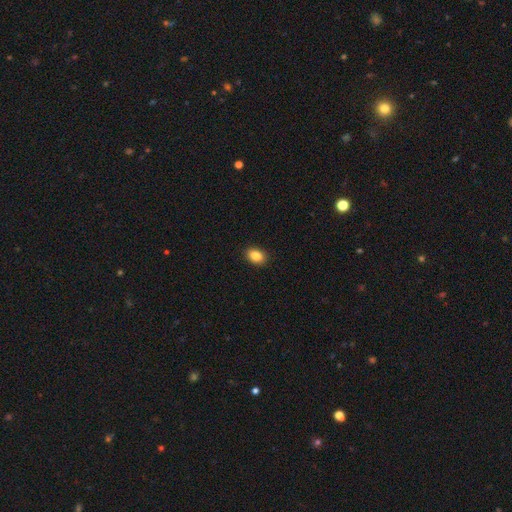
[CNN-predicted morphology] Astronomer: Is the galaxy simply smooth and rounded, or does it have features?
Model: smooth — 87%.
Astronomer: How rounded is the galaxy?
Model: in between — 70%.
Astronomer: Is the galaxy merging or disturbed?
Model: none — 90%.